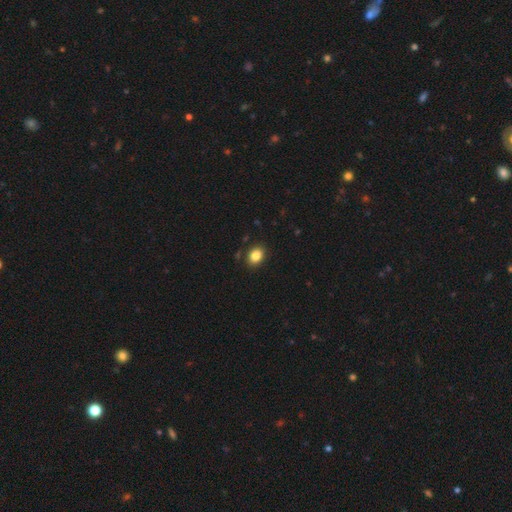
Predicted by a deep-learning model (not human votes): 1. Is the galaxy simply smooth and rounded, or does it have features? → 85% smooth, 10% star or artifact, 5% featured or disk.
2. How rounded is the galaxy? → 60% in between, 40% round, 1% cigar-shaped.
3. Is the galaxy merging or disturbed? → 87% none, 9% minor disturbance, 2% major disturbance, 2% merger.